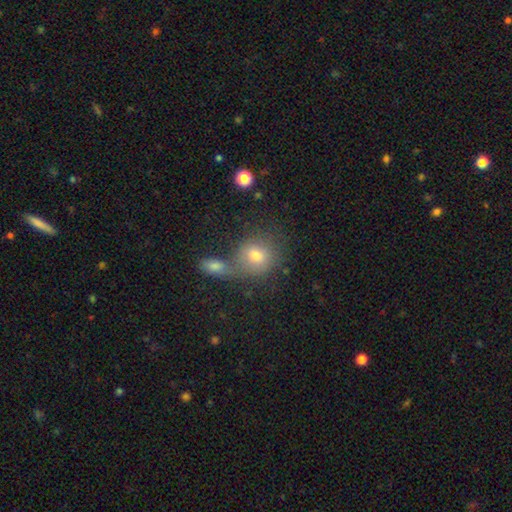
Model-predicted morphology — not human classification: Q: Smooth or featured?
A: smooth (75%); runner-up: featured or disk (13%)
Q: How rounded?
A: round (72%); runner-up: in between (26%)
Q: Merging?
A: none (43%); runner-up: merger (40%)